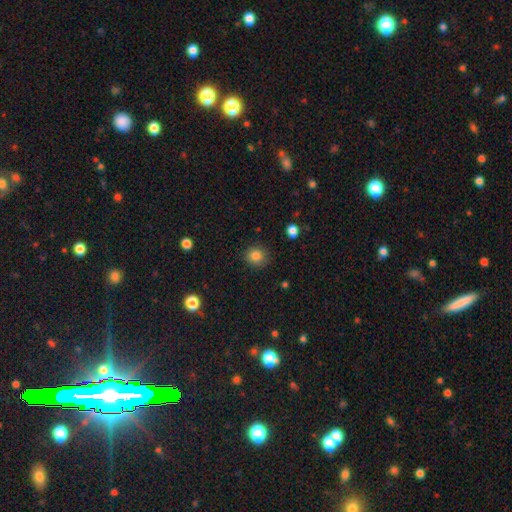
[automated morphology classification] smooth-or-featured: smooth: 84% | star or artifact: 11% | featured or disk: 5%
  how-rounded: round: 86% | in between: 13% | cigar-shaped: 1%
  merging: none: 88% | minor disturbance: 8% | major disturbance: 2% | merger: 1%